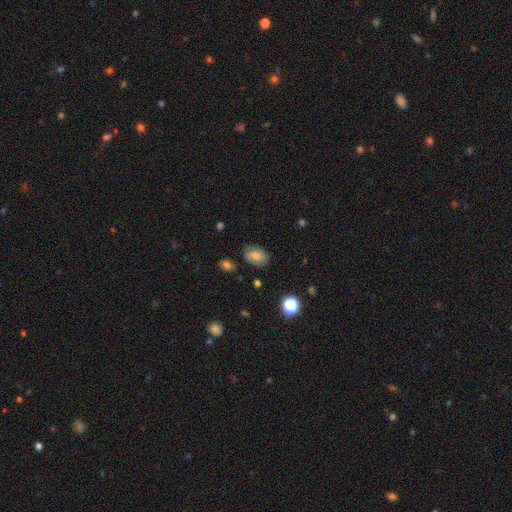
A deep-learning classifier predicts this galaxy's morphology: type=smooth (70%); roundness=in between (81%); merging=none (79%).